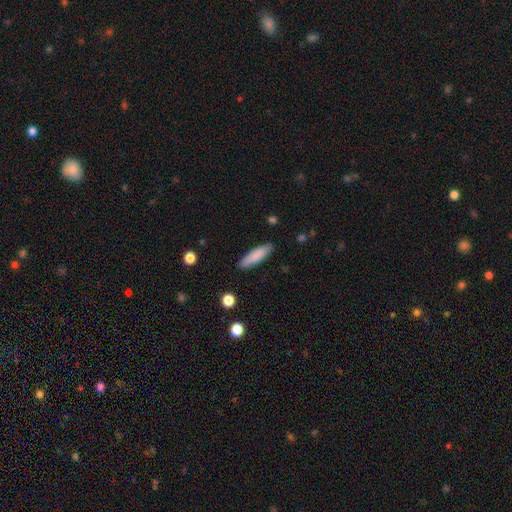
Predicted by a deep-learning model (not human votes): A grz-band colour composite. It shows a smooth galaxy with no disk features (84%) that is cigar-shaped (64%). Merging: none (87%).